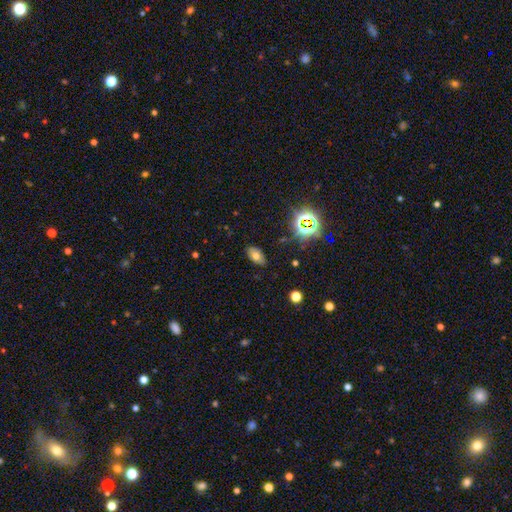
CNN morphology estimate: This is likely a smooth galaxy (64%). How rounded: clearly in between (91%). Merging: clearly none (84%).